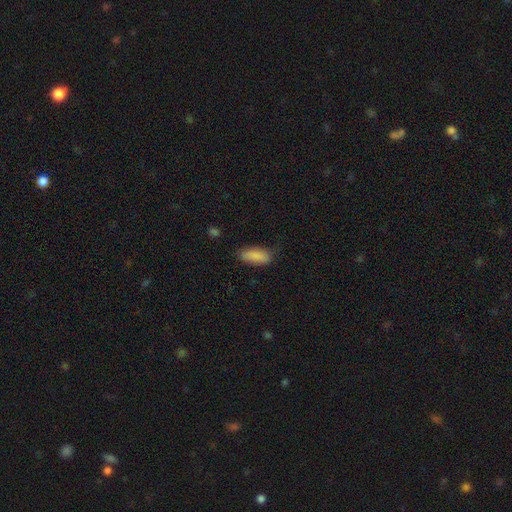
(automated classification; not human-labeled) Overall: smooth (88%). How rounded: in between (78%). Merging: none (74%).